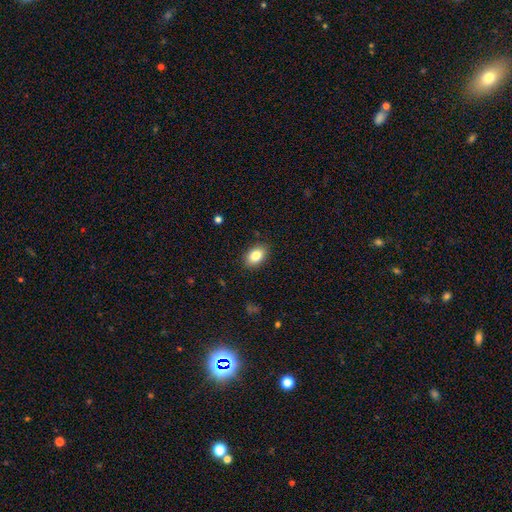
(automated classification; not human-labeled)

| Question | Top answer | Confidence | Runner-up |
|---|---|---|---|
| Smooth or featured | smooth | 84% | featured or disk (8%) |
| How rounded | in between | 87% | round (11%) |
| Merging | none | 88% | minor disturbance (9%) |